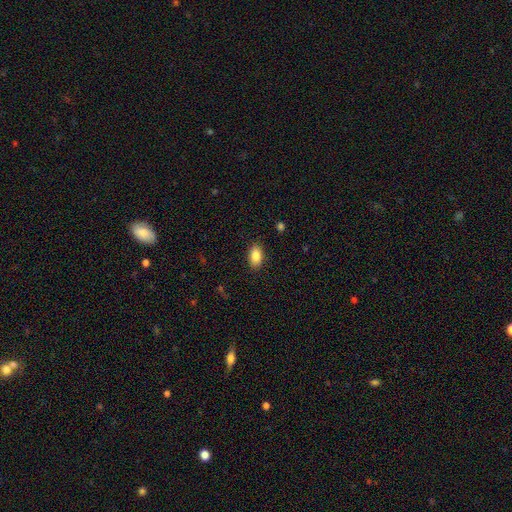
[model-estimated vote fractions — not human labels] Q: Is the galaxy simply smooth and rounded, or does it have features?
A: smooth — 87%.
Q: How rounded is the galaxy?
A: in between — 92%.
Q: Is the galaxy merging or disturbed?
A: none — 88%.